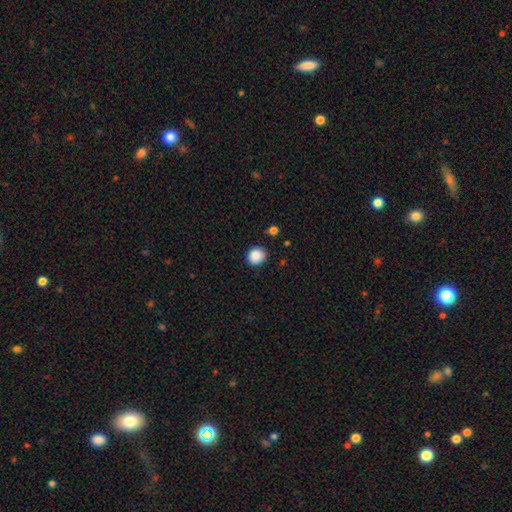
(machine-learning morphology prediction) A smooth galaxy with no disk features (88%) that is round (85%). Merging: none (86%).